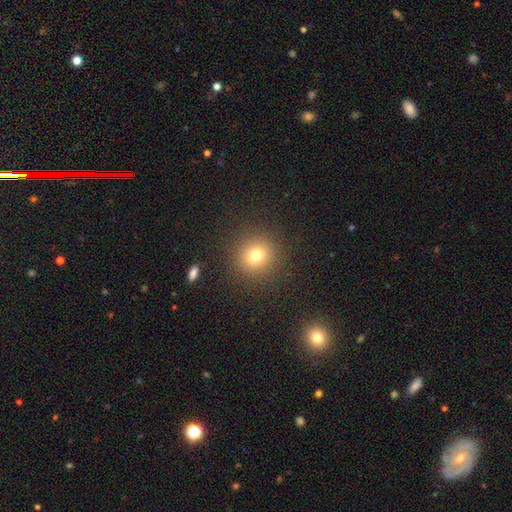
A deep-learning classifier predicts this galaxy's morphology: smooth 74%, star or artifact 16%, featured or disk 10%. Down the decision tree: how rounded — round (92%); merging — none (89%).